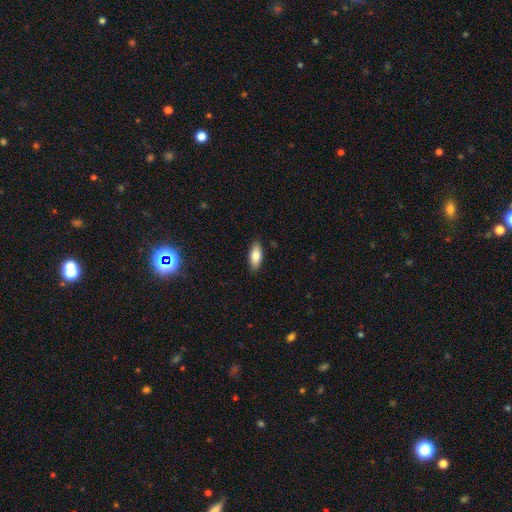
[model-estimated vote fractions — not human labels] The model was most divided on "smooth or featured": smooth: 80%, featured or disk: 14%, star or artifact: 7%. More confident: merging — none (89%); how rounded — in between (82%).